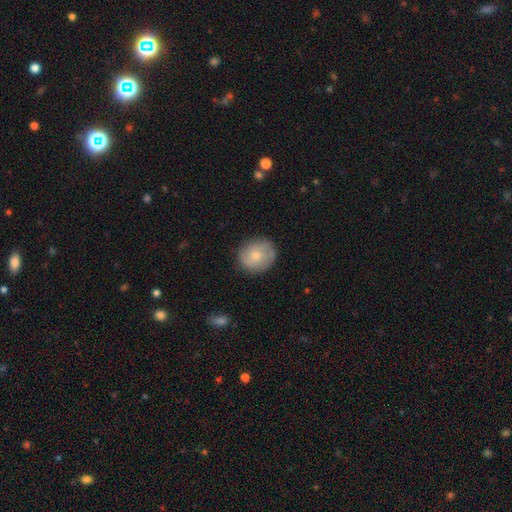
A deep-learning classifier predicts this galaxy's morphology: Smooth or featured? Predicted: smooth (p=0.64). How rounded? Predicted: round (p=0.77). Merging? Predicted: none (p=0.82).